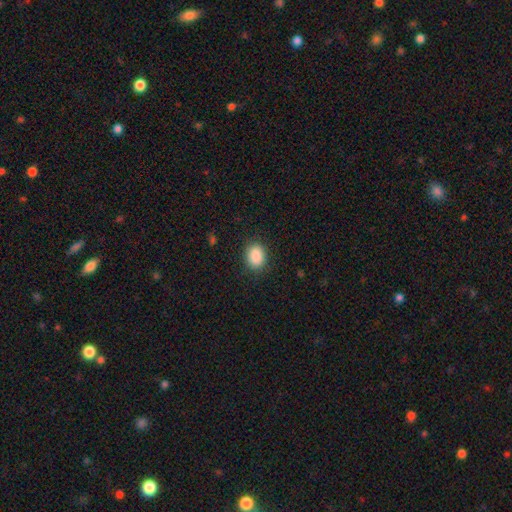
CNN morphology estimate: This appears to be a smooth galaxy with no disk features (89%) that is in between round and cigar-shaped (59%). Merging: none (87%).